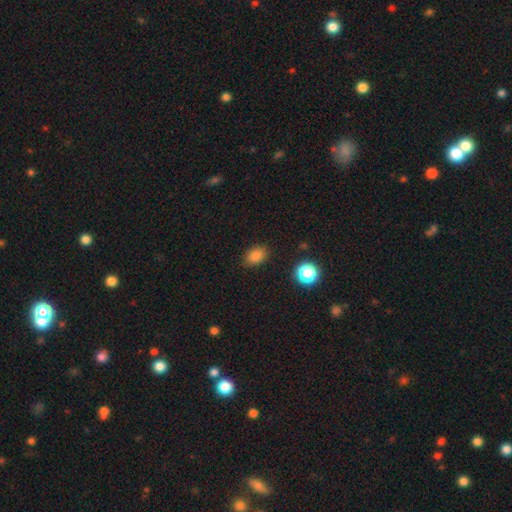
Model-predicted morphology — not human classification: Smooth or featured? smooth (84%)
How rounded? in between (74%)
Merging? none (85%)